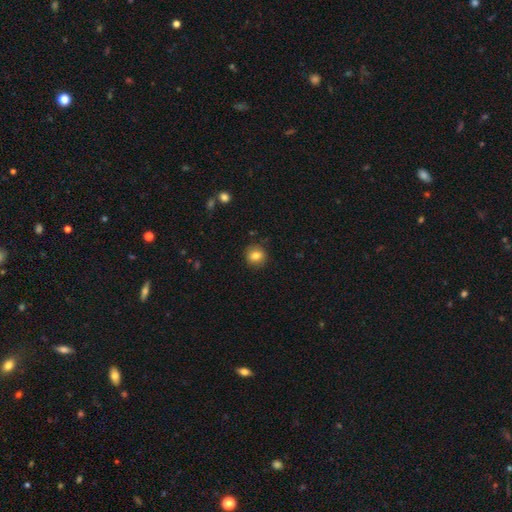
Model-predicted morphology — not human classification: This appears to be a smooth galaxy with no disk features (81%) that is round (83%). Merging: none (87%).